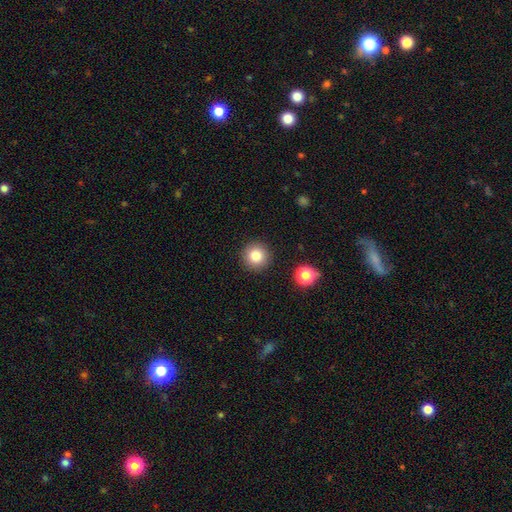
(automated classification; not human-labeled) Q: Smooth or featured?
A: smooth (82%); runner-up: star or artifact (11%)
Q: How rounded?
A: round (95%); runner-up: in between (4%)
Q: Merging?
A: none (91%); runner-up: minor disturbance (6%)